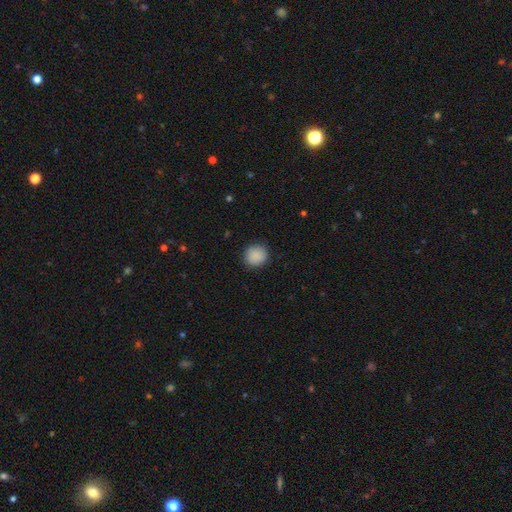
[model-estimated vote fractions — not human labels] smooth_or_featured: smooth (p=0.89) [alt: star or artifact p=0.08]
how_rounded: round (p=0.86) [alt: in between p=0.13]
merging: none (p=0.89) [alt: minor disturbance p=0.08]